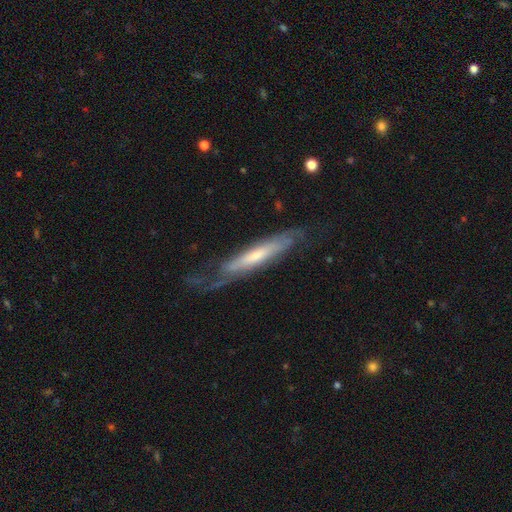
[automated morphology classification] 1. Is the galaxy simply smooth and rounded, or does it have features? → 70% featured or disk, 25% smooth, 5% star or artifact.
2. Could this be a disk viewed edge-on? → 55% yes, 45% no.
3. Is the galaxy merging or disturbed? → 56% none, 22% minor disturbance, 20% major disturbance, 2% merger.